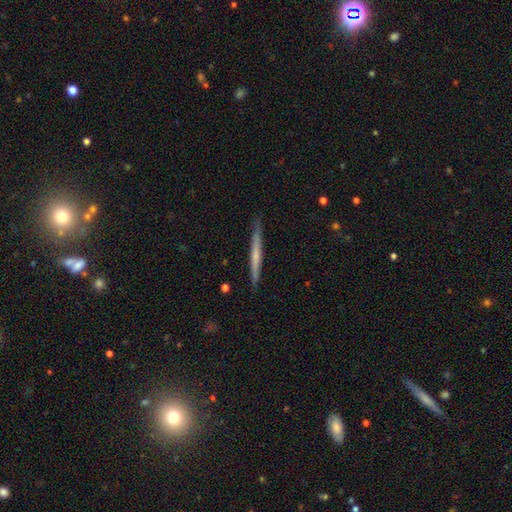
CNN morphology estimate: featured or disk 50%, smooth 45%, star or artifact 6%. Down the decision tree: merging — none (89%).